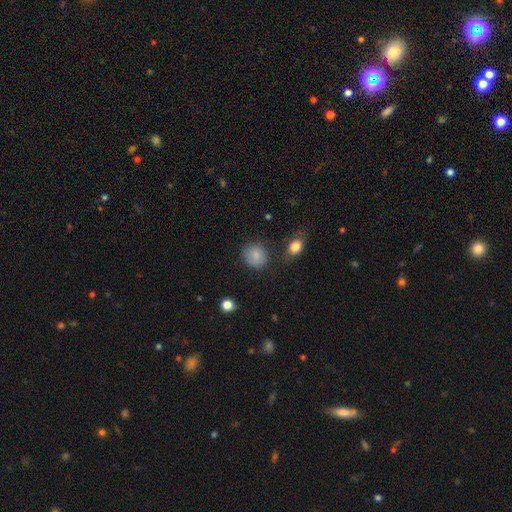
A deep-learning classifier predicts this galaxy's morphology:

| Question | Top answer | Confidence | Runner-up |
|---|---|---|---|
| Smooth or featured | smooth | 82% | star or artifact (10%) |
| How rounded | round | 81% | in between (18%) |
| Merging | none | 72% | minor disturbance (18%) |